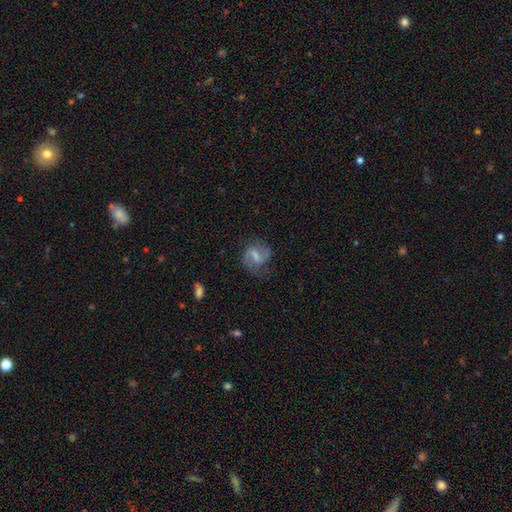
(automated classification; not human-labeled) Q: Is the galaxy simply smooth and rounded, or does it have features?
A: featured or disk — 70%.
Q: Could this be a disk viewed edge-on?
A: no — 98%.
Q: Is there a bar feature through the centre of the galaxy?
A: weak — 55%.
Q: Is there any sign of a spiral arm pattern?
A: yes — 90%.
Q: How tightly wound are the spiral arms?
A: medium — 46%.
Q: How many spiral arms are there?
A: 2 — 86%.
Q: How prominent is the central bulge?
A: small — 39%.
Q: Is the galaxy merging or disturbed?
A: none — 63%.